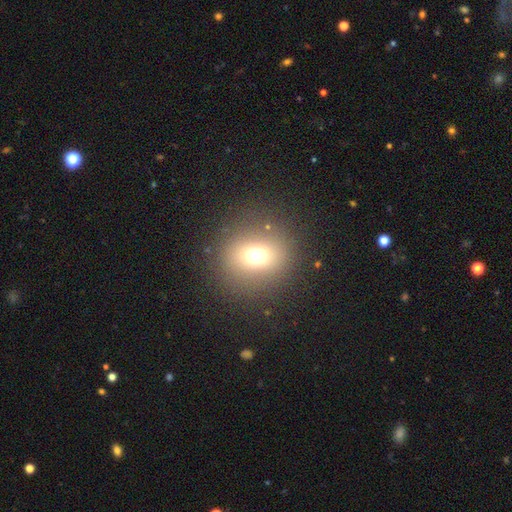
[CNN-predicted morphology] Smooth or featured?
  - smooth: 66% *
  - star or artifact: 23%
  - featured or disk: 12%
How rounded?
  - round: 82% *
  - in between: 17%
  - cigar-shaped: 1%
Merging?
  - none: 85% *
  - minor disturbance: 8%
  - major disturbance: 6%
  - merger: 2%